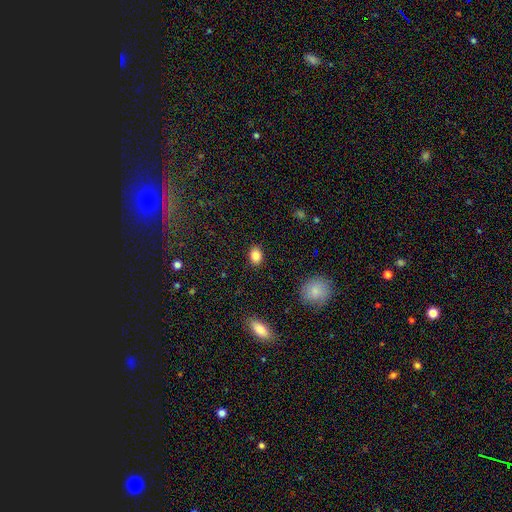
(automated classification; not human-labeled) smooth-or-featured: smooth: 85% | star or artifact: 10% | featured or disk: 5%
  how-rounded: in between: 66% | round: 32% | cigar-shaped: 1%
  merging: none: 88% | minor disturbance: 8% | major disturbance: 2% | merger: 1%